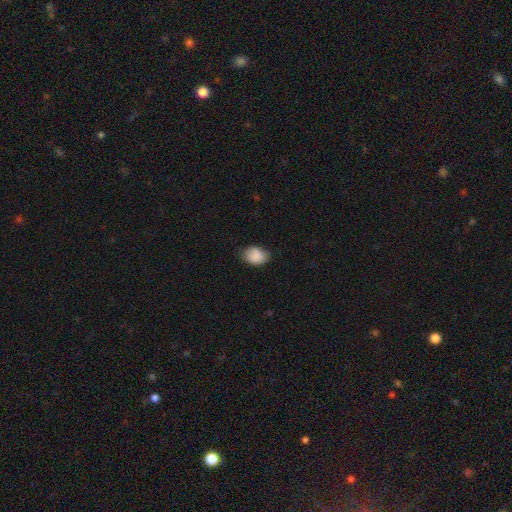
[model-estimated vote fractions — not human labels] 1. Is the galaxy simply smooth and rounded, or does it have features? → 88% smooth, 8% star or artifact, 4% featured or disk.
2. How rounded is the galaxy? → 74% in between, 25% round, 1% cigar-shaped.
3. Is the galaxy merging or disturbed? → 75% none, 20% minor disturbance, 4% major disturbance, 1% merger.